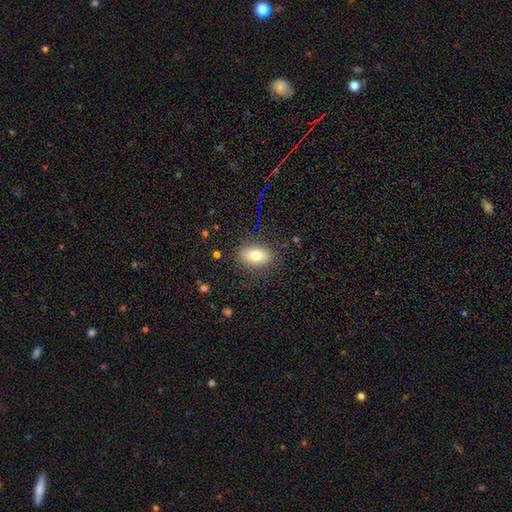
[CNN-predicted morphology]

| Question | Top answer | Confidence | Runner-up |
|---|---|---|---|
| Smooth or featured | smooth | 76% | featured or disk (15%) |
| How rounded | in between | 86% | round (11%) |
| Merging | none | 83% | minor disturbance (12%) |